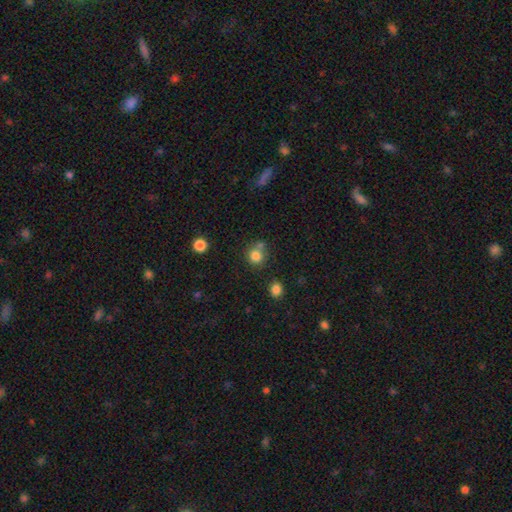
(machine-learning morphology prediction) This is clearly a smooth galaxy (80%). How rounded: clearly round (89%). Merging: likely none (62%).